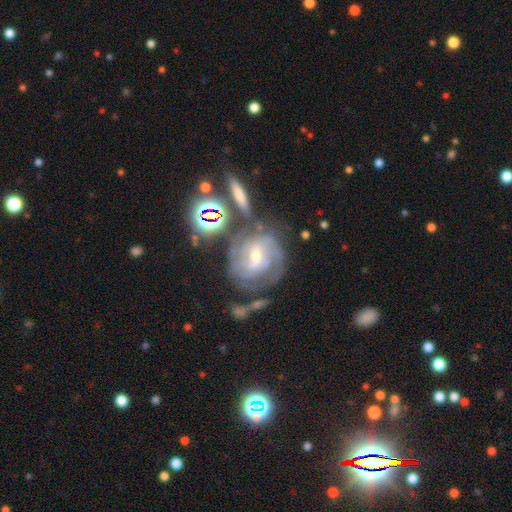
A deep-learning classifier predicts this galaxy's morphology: Smooth or featured? Predicted: featured or disk (p=0.83). Edge-on disk? Predicted: no (p=0.97). Bar? Predicted: weak (p=0.49). Spiral arms? Predicted: yes (p=0.96). Spiral winding? Predicted: tight (p=0.62). Spiral arm count? Predicted: 2 (p=0.29, tied with can't tell). Bulge size? Predicted: small (p=0.57). Merging? Predicted: none (p=0.56).